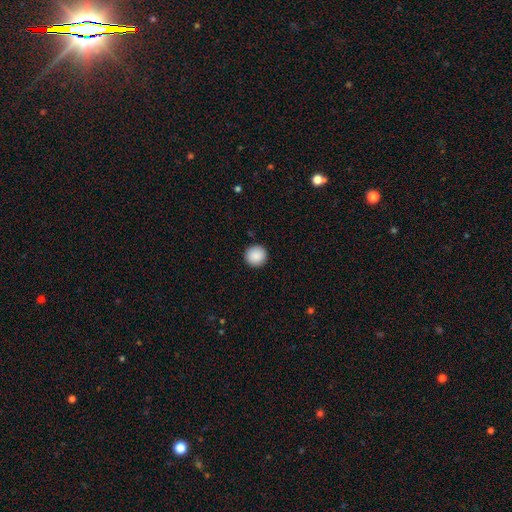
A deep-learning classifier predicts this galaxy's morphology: This is clearly a smooth galaxy (89%). How rounded: clearly round (95%). Merging: clearly none (92%).